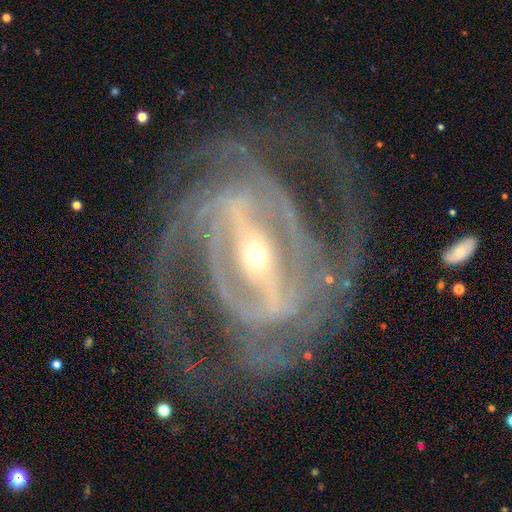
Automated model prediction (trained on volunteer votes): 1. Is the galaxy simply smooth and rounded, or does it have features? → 92% featured or disk, 5% star or artifact, 4% smooth.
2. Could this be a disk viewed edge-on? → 96% no, 4% yes.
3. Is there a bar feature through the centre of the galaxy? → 75% strong, 18% weak, 8% no.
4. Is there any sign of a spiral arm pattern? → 95% yes, 5% no.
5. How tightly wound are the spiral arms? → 45% tight, 38% medium, 17% loose.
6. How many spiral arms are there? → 41% 2, 18% can't tell, 14% 3, 11% 4, 8% more than 4, 8% 1.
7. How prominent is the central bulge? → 60% small, 35% moderate, 3% large, 1% dominant, 1% none.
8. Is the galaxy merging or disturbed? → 60% none, 22% major disturbance, 16% minor disturbance, 2% merger.